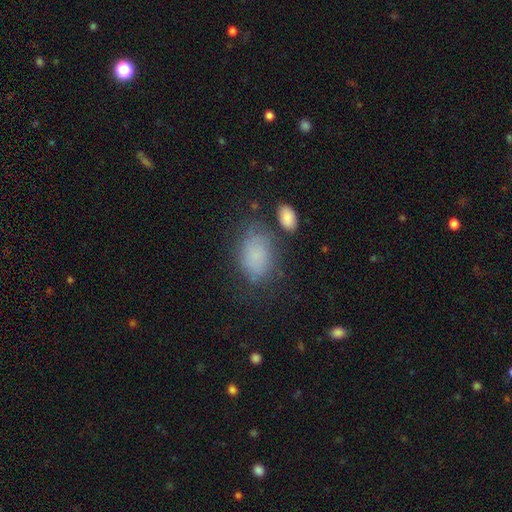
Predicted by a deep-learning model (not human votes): Smooth or featured? Predicted: smooth (p=0.72). How rounded? Predicted: in between (p=0.86). Merging? Predicted: none (p=0.55).